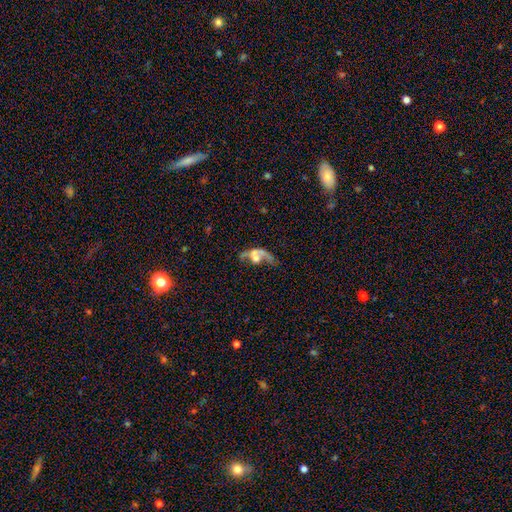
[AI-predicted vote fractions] A featured or disk galaxy (53%).

Vote fractions:
- Smooth or featured? featured or disk: 53% / smooth: 33% / star or artifact: 14%
- Edge-on disk? no: 93% / yes: 7%
- Merging? merger: 39% / major disturbance: 33% / none: 17% / minor disturbance: 11%